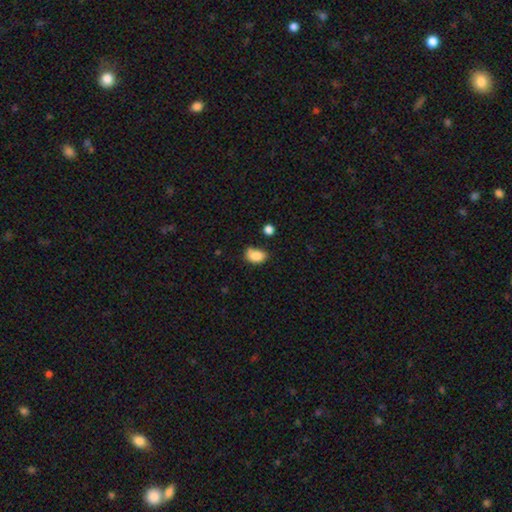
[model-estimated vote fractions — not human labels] Smooth or featured?
  - smooth: 84% *
  - star or artifact: 9%
  - featured or disk: 7%
How rounded?
  - in between: 80% *
  - round: 19%
  - cigar-shaped: 1%
Merging?
  - none: 51% *
  - minor disturbance: 32%
  - merger: 9%
  - major disturbance: 8%